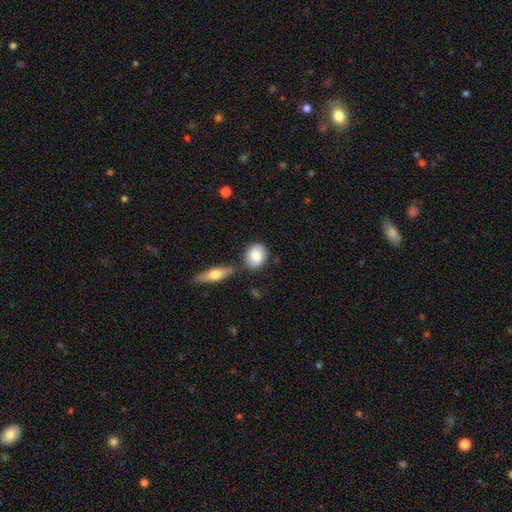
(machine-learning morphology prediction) Smooth or featured?
  - smooth: 78% *
  - featured or disk: 16%
  - star or artifact: 6%
How rounded?
  - round: 52% *
  - in between: 45%
  - cigar-shaped: 3%
Merging?
  - none: 75% *
  - minor disturbance: 12%
  - merger: 11%
  - major disturbance: 3%